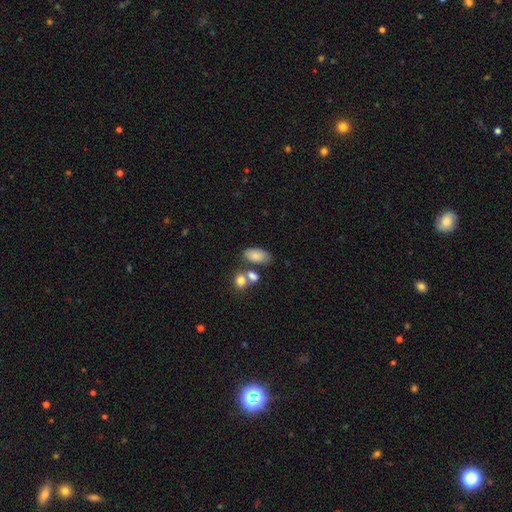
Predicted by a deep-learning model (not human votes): Smooth or featured? Predicted: smooth (p=0.81). How rounded? Predicted: in between (p=0.91). Merging? Predicted: none (p=0.59).